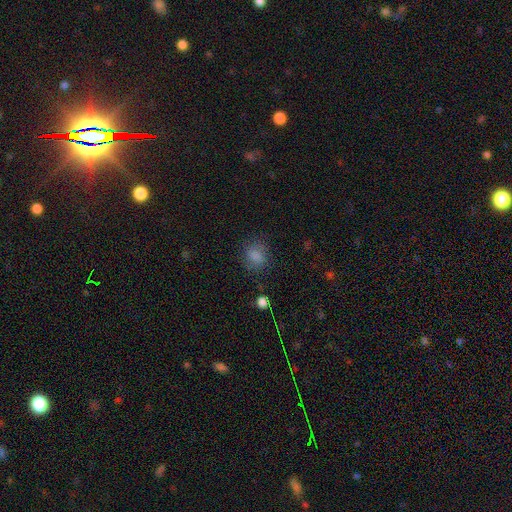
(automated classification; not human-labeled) A smooth galaxy with no disk features (80%) that is round (66%). Merging: none (75%).